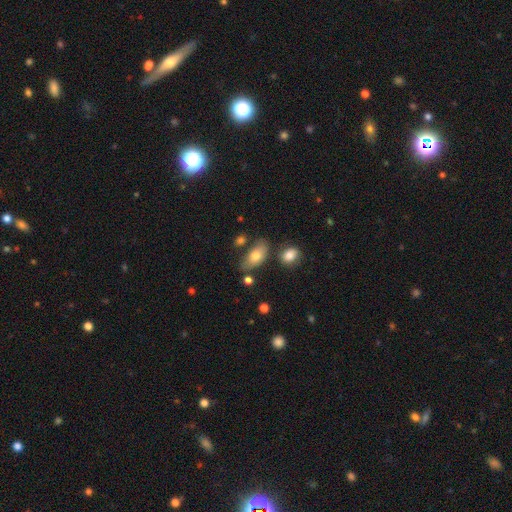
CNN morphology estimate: smooth_or_featured: smooth (p=0.76) [alt: featured or disk p=0.17]
how_rounded: in between (p=0.89) [alt: cigar-shaped p=0.06]
merging: none (p=0.64) [alt: minor disturbance p=0.21]